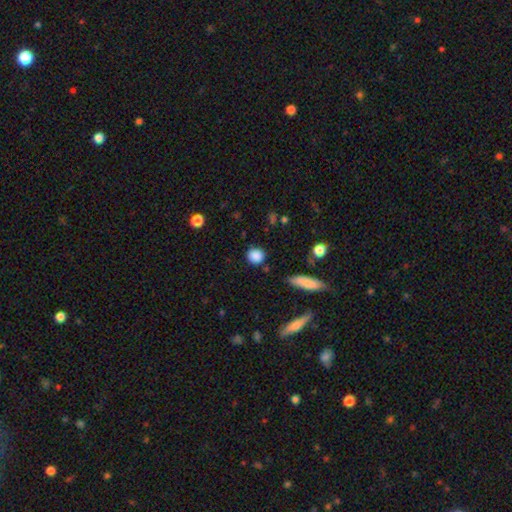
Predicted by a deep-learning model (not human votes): The model was most divided on "how rounded": round: 86%, in between: 12%, cigar-shaped: 2%. More confident: smooth or featured — smooth (87%); merging — none (86%).